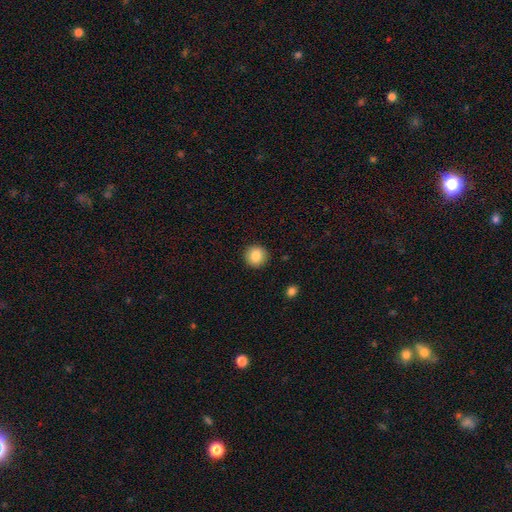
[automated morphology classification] A smooth galaxy with no disk features (86%) that is round (93%).

Vote fractions:
- Smooth or featured? smooth: 86% / star or artifact: 9% / featured or disk: 5%
- How rounded? round: 93% / in between: 6% / cigar-shaped: 1%
- Merging? none: 91% / minor disturbance: 6% / major disturbance: 2% / merger: 1%